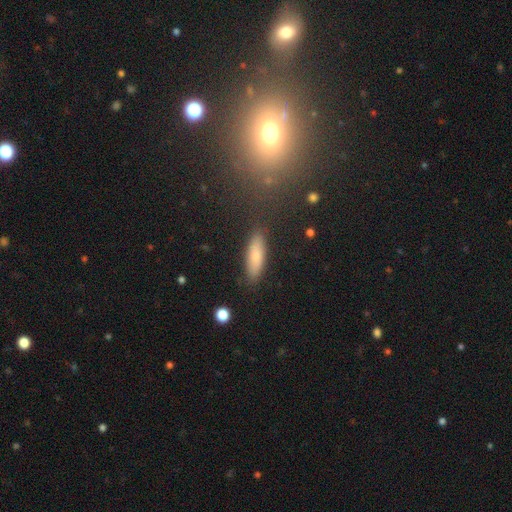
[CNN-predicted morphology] smooth_or_featured: smooth (p=0.77) [alt: featured or disk p=0.16]
how_rounded: cigar-shaped (p=0.53) [alt: in between p=0.45]
merging: none (p=0.86) [alt: minor disturbance p=0.10]